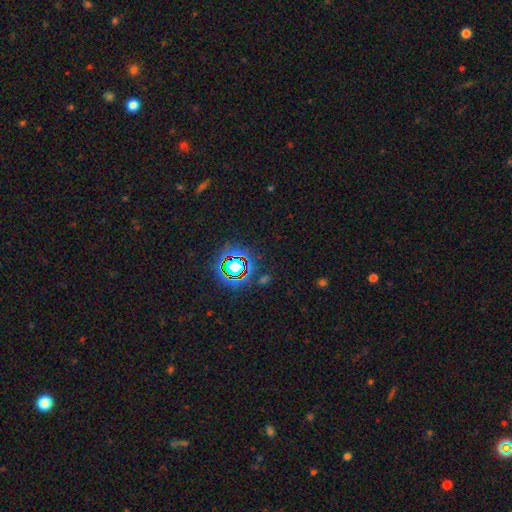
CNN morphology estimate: smooth-or-featured: star or artifact: 68% | smooth: 21% | featured or disk: 12%